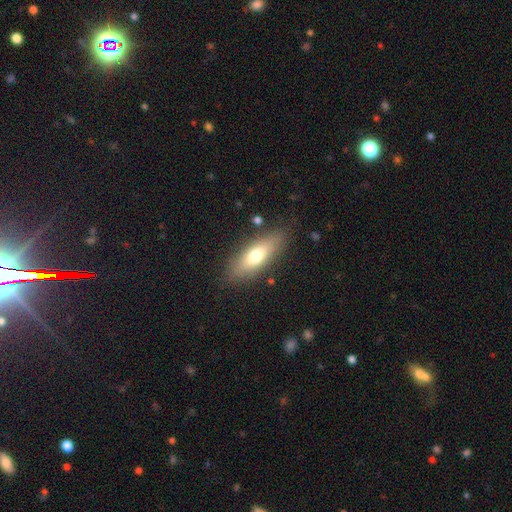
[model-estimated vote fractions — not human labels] smooth 68%, featured or disk 25%, star or artifact 7%. Down the decision tree: how rounded — in between (60%); merging — none (83%).